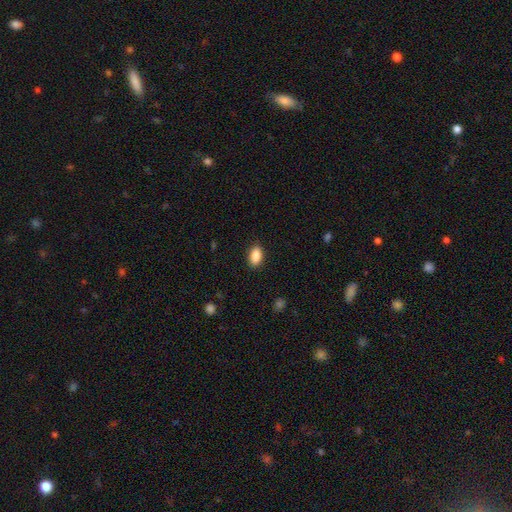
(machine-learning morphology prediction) smooth 88%, star or artifact 7%, featured or disk 5%. Down the decision tree: how rounded — in between (90%); merging — none (88%).